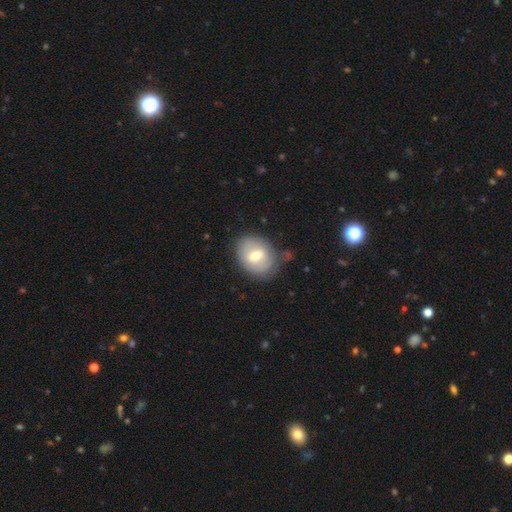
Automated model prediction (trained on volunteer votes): Q: Smooth or featured?
A: smooth (61%); runner-up: featured or disk (31%)
Q: How rounded?
A: in between (53%); runner-up: round (46%)
Q: Merging?
A: none (68%); runner-up: minor disturbance (21%)